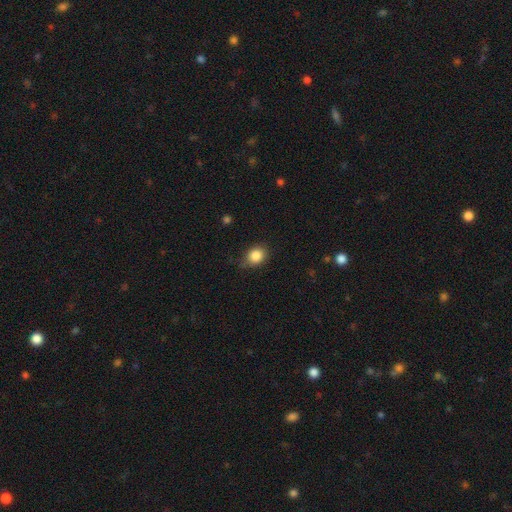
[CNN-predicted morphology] type=smooth (85%); roundness=round (59%); merging=none (68%).